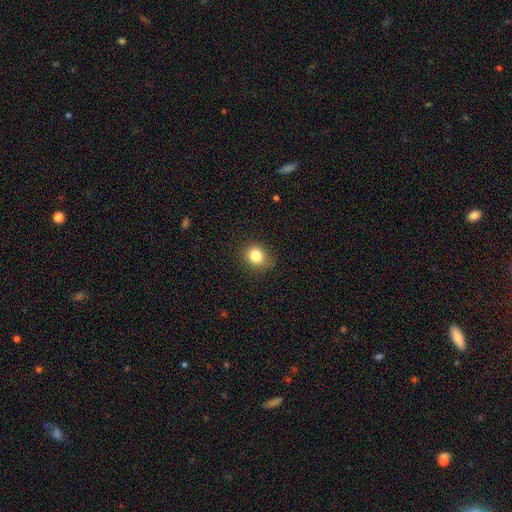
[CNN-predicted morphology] Smooth or featured? Predicted: smooth (p=0.82). How rounded? Predicted: round (p=0.73). Merging? Predicted: none (p=0.84).